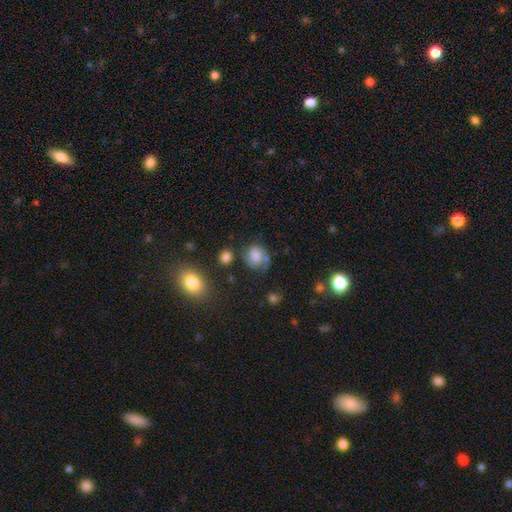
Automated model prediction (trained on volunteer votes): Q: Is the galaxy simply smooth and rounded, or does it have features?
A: smooth — 58%.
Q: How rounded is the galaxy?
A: round — 63%.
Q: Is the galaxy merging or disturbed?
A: none — 54%.